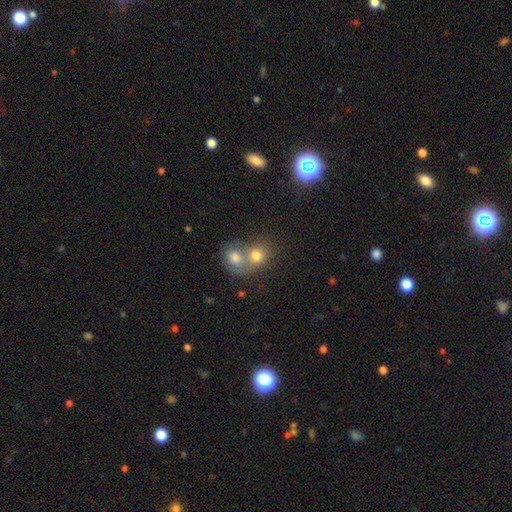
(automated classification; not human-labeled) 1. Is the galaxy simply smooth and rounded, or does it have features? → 72% smooth, 15% featured or disk, 13% star or artifact.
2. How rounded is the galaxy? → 70% round, 29% in between, 1% cigar-shaped.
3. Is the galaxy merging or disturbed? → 63% merger, 28% none, 6% minor disturbance, 3% major disturbance.